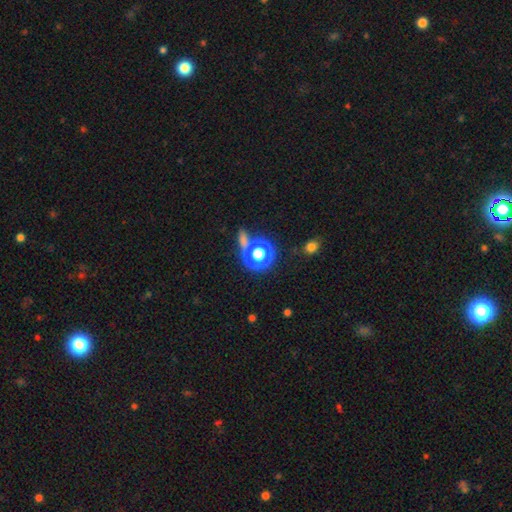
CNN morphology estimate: type=star or artifact (53%).